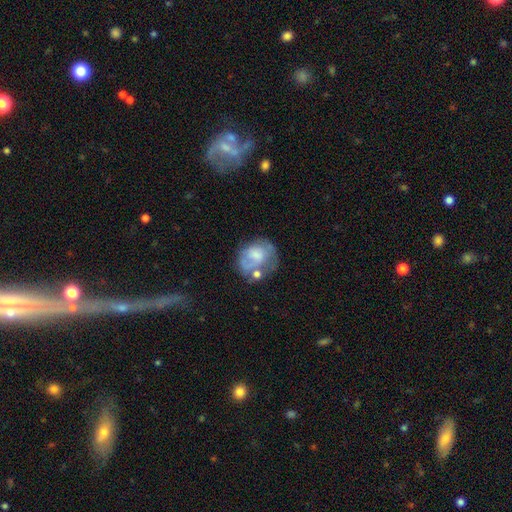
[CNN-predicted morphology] This is possibly a smooth galaxy (49%). Merging: marginally none (38%).